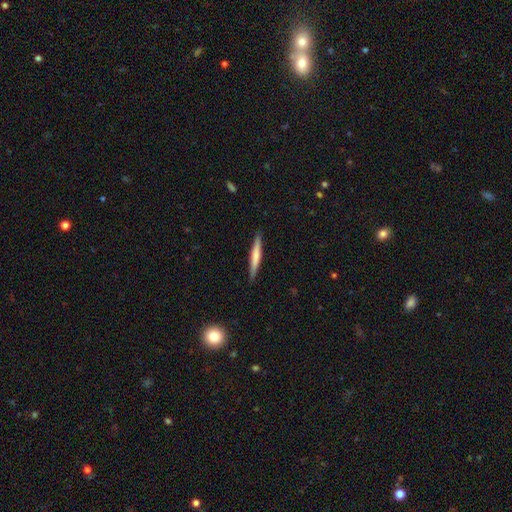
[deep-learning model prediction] The model was most divided on "smooth or featured": smooth: 56%, featured or disk: 39%, star or artifact: 5%. More confident: how rounded — cigar-shaped (95%); merging — none (90%).